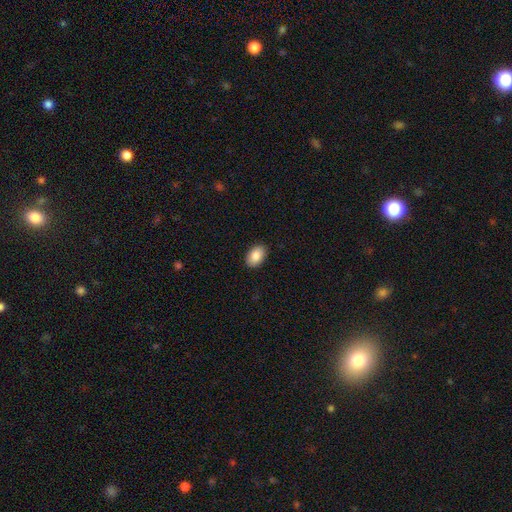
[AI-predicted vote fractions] A smooth galaxy with no disk features (88%) that is in between round and cigar-shaped (91%).

Vote fractions:
- Smooth or featured? smooth: 88% / star or artifact: 7% / featured or disk: 6%
- How rounded? in between: 91% / round: 8% / cigar-shaped: 1%
- Merging? none: 90% / minor disturbance: 8% / major disturbance: 2% / merger: 1%